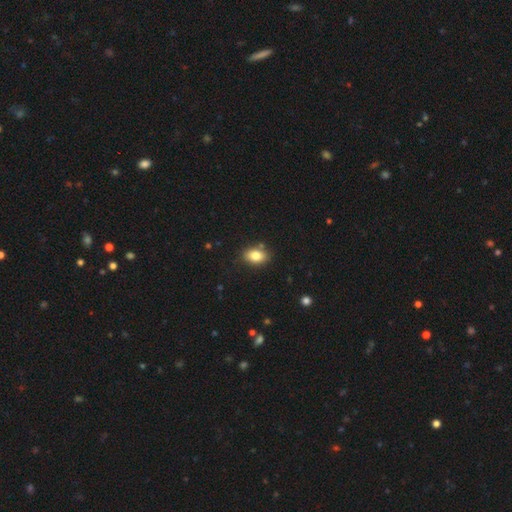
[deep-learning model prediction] This appears to be a smooth galaxy with no disk features (82%) that is in between round and cigar-shaped (81%). Merging: none (81%).